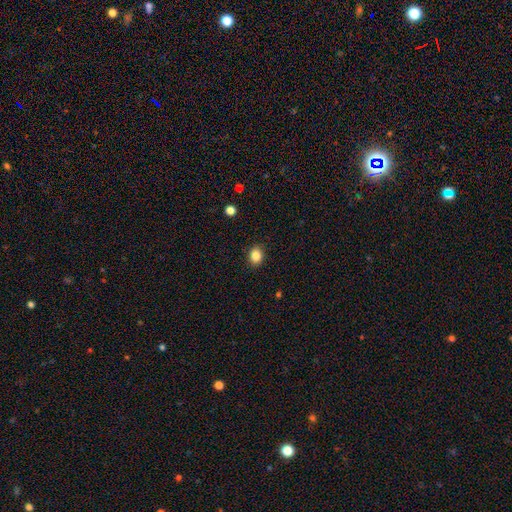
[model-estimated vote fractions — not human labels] smooth-or-featured: smooth: 86% | star or artifact: 10% | featured or disk: 4%
  how-rounded: round: 50% | in between: 49% | cigar-shaped: 1%
  merging: none: 89% | minor disturbance: 8% | major disturbance: 2% | merger: 1%